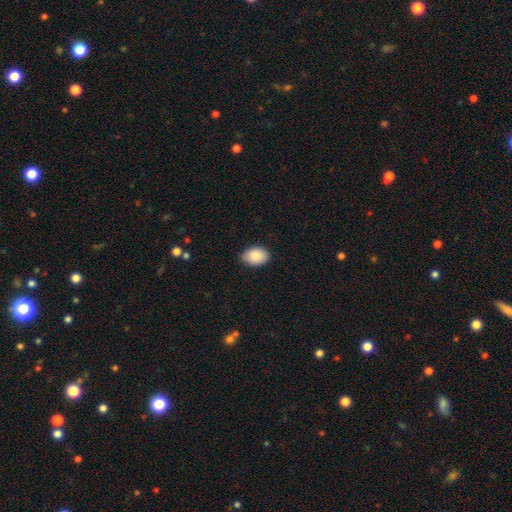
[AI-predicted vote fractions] Smooth or featured? smooth (88%)
How rounded? in between (82%)
Merging? none (82%)